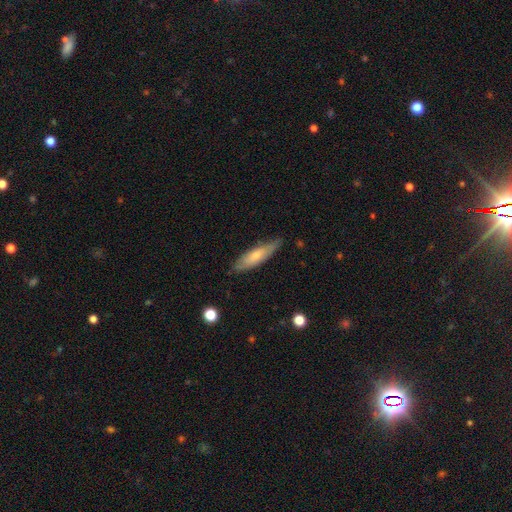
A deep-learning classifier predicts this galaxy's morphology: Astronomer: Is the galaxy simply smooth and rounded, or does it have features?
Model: smooth — 63%.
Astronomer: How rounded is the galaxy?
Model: cigar-shaped — 69%.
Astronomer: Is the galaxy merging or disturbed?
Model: none — 78%.